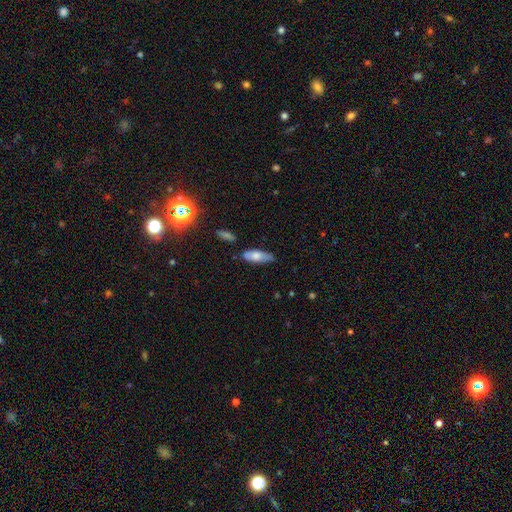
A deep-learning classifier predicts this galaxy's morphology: This appears to be a smooth galaxy with no disk features (70%) that is in between round and cigar-shaped (69%). Merging: none (67%).